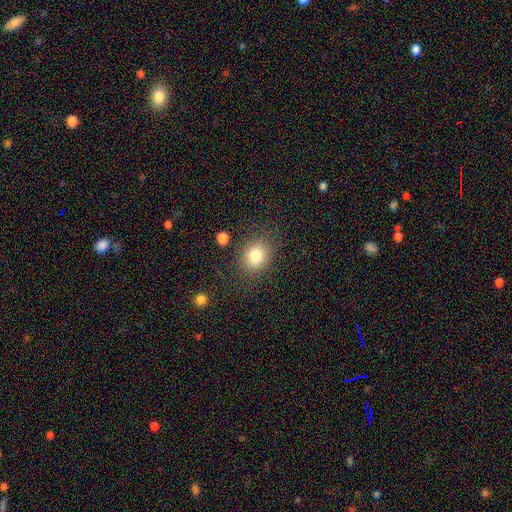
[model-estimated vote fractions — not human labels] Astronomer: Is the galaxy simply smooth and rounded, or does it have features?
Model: smooth — 81%.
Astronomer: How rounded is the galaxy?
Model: round — 62%.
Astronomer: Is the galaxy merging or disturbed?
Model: none — 81%.